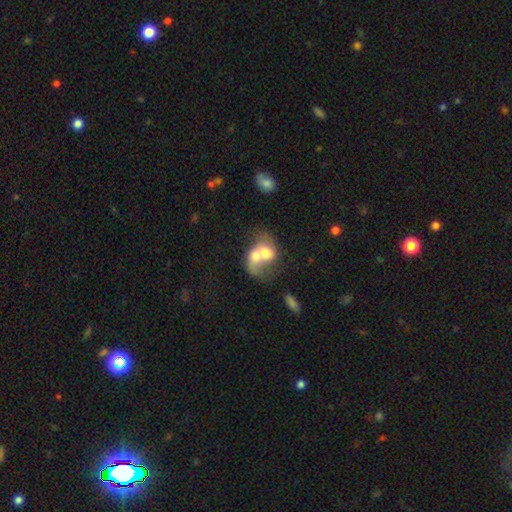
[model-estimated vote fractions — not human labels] A smooth galaxy with no disk features (51%) that is in between round and cigar-shaped (57%). Merging: merger (79%).